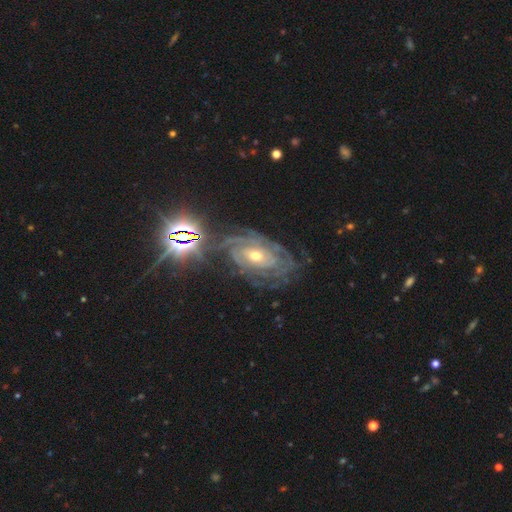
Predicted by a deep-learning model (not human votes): This appears to be a featured or disk galaxy (82%) with no bar (61%), tight (76%) spiral arms (95%) and a moderate central bulge (53%). Merging: none (68%).